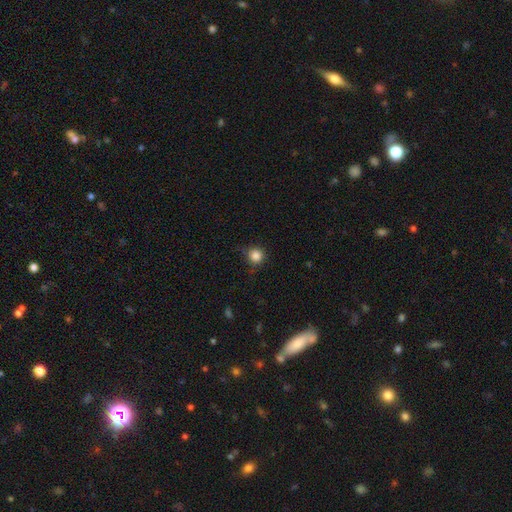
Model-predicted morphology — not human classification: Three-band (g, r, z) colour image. It shows a smooth galaxy with no disk features (84%) that is round (94%). Merging: none (78%).